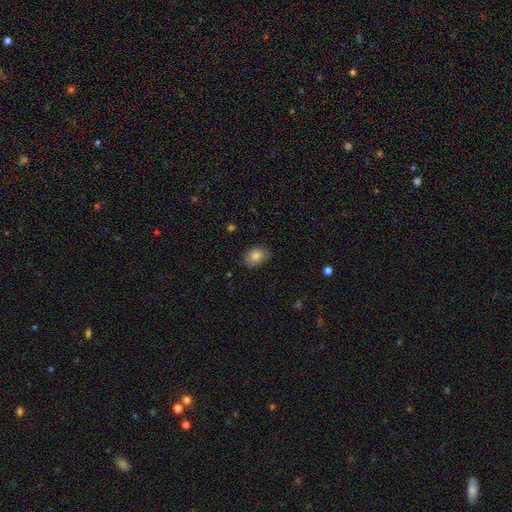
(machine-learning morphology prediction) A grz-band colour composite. It shows a smooth galaxy with no disk features (83%) that is in between round and cigar-shaped (74%). Merging: none (76%).